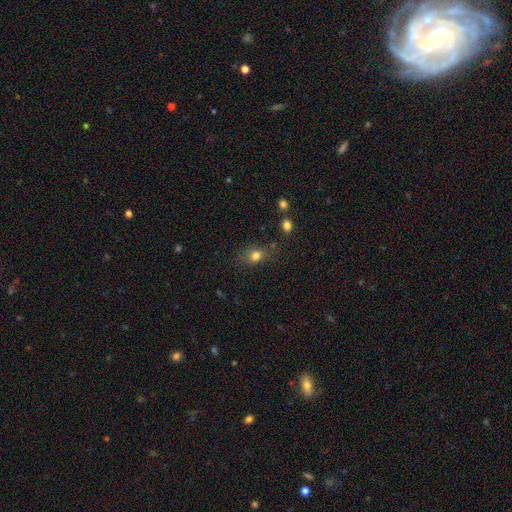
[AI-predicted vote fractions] Smooth or featured: smooth — 78% (star or artifact — 14%)
How rounded: in between — 50% (round — 48%)
Merging: none — 72% (minor disturbance — 17%)